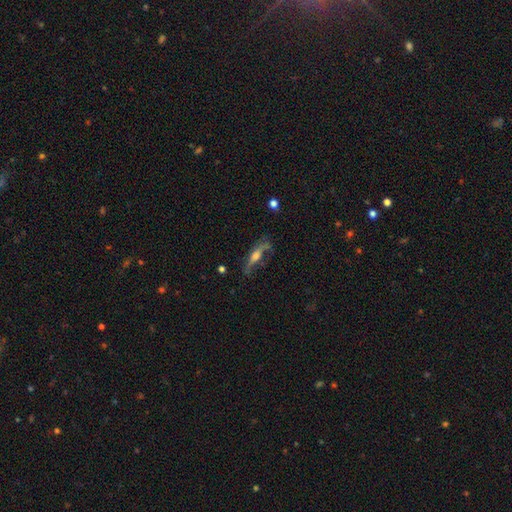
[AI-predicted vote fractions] Smooth or featured? Predicted: featured or disk (p=0.61). Edge-on disk? Predicted: yes (p=0.78). Merging? Predicted: none (p=0.52).